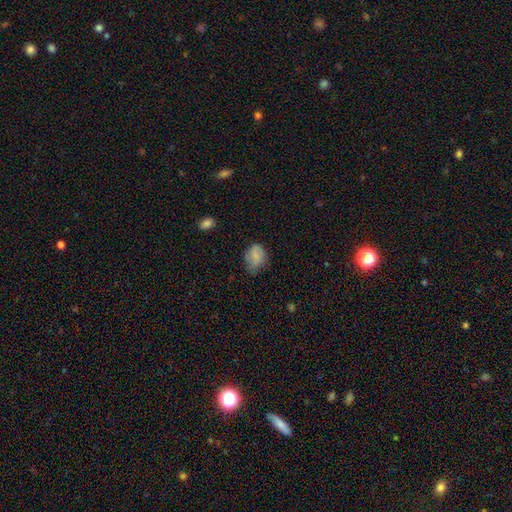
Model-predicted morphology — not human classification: smooth_or_featured: smooth (p=0.77) [alt: featured or disk p=0.14]
how_rounded: in between (p=0.63) [alt: round p=0.36]
merging: none (p=0.52) [alt: minor disturbance p=0.35]